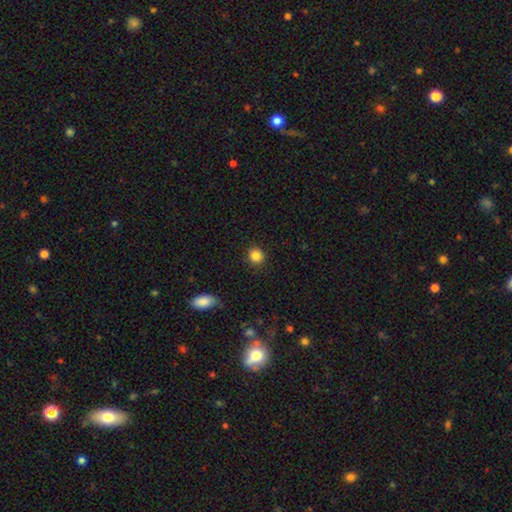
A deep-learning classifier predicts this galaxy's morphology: type=smooth (86%); roundness=round (87%); merging=none (91%).